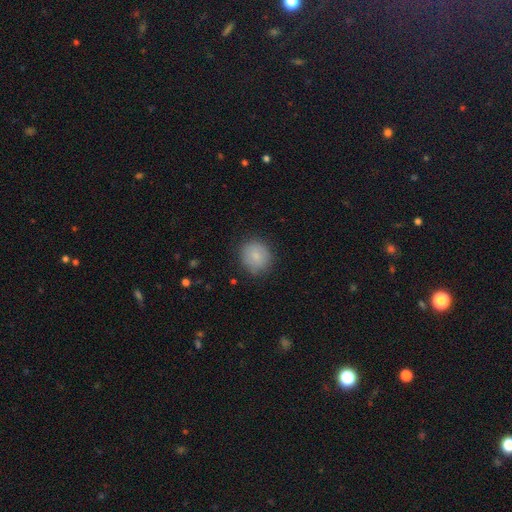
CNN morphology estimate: Q: Smooth or featured?
A: smooth (83%); runner-up: featured or disk (10%)
Q: How rounded?
A: round (84%); runner-up: in between (15%)
Q: Merging?
A: none (82%); runner-up: minor disturbance (13%)